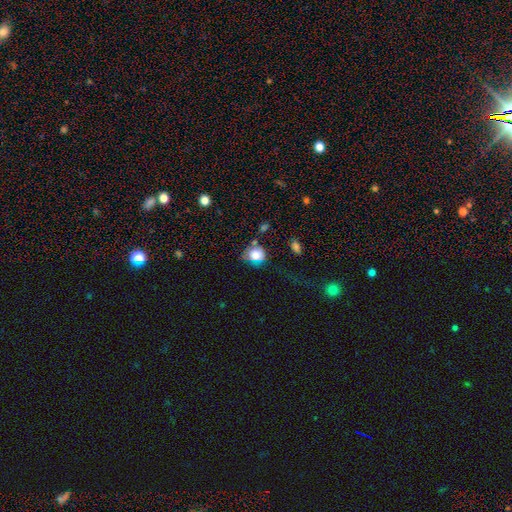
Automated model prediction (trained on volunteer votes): Smooth or featured? Predicted: smooth (p=0.77). How rounded? Predicted: round (p=0.74). Merging? Predicted: none (p=0.51).